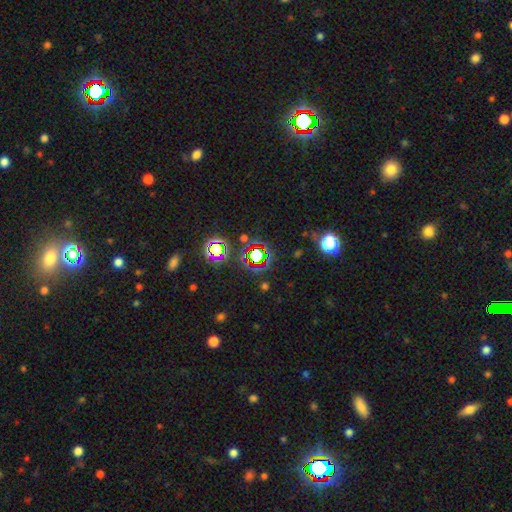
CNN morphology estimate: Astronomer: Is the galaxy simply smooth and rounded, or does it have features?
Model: star or artifact — 70%.